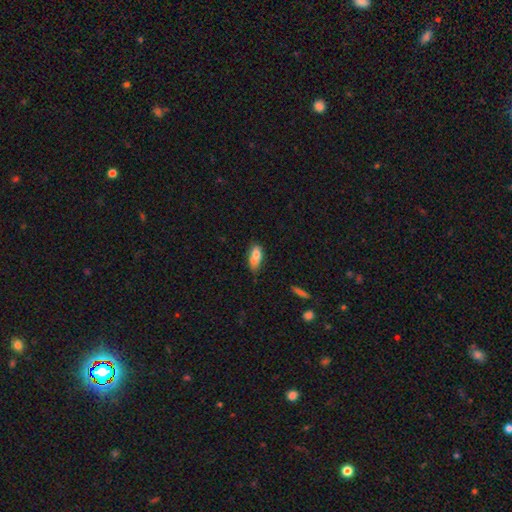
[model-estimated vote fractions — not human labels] Smooth or featured: smooth — 71% (featured or disk — 20%)
How rounded: in between — 84% (cigar-shaped — 11%)
Merging: none — 43% (minor disturbance — 29%)